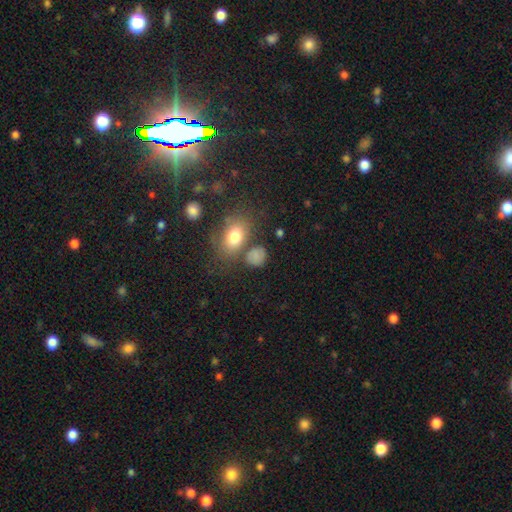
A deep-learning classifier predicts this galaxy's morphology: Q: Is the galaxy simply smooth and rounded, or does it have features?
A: smooth — 76%.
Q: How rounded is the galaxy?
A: round — 58%.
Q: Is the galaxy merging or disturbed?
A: none — 65%.